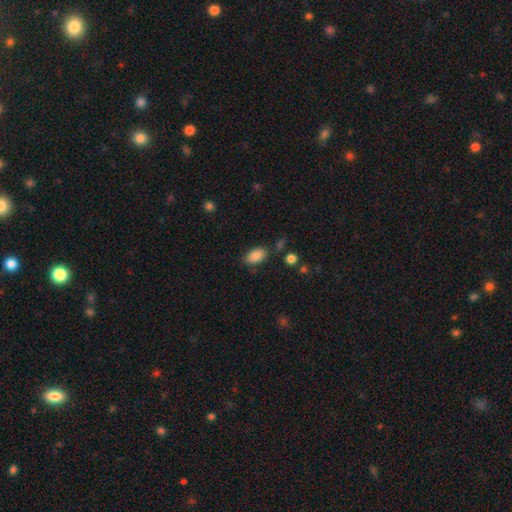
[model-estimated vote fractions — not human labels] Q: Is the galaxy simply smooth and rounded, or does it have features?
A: smooth — 86%.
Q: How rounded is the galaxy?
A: in between — 92%.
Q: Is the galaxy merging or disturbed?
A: none — 78%.